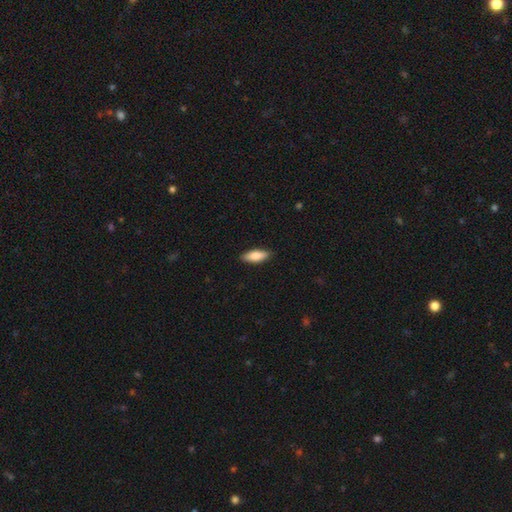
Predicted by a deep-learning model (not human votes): Morphology: type=smooth (82%); roundness=in between (71%); merging=none (88%).